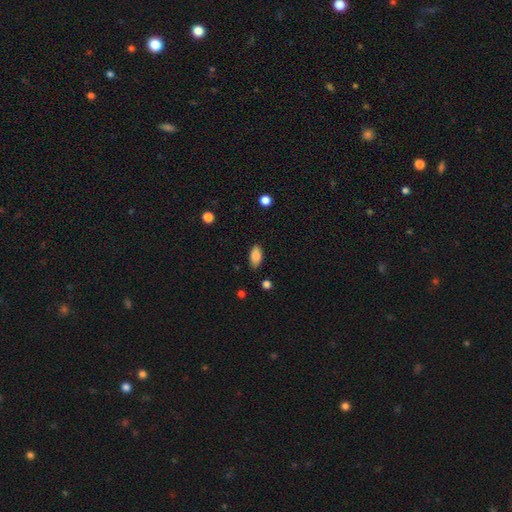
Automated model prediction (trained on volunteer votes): Smooth or featured? Predicted: smooth (p=0.83). How rounded? Predicted: in between (p=0.90). Merging? Predicted: none (p=0.85).